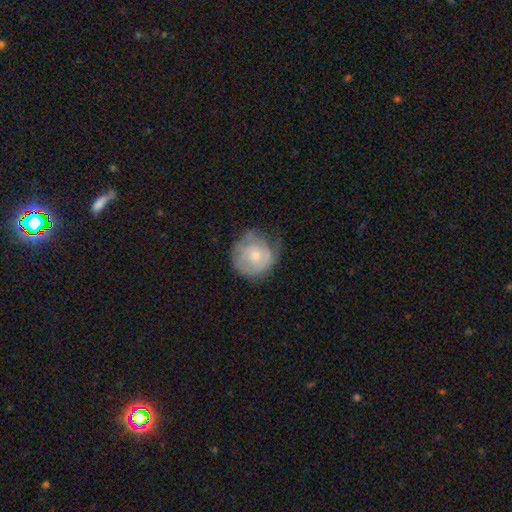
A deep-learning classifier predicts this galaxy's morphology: Smooth or featured: featured or disk — 49% (smooth — 44%)
Merging: none — 53% (minor disturbance — 31%)